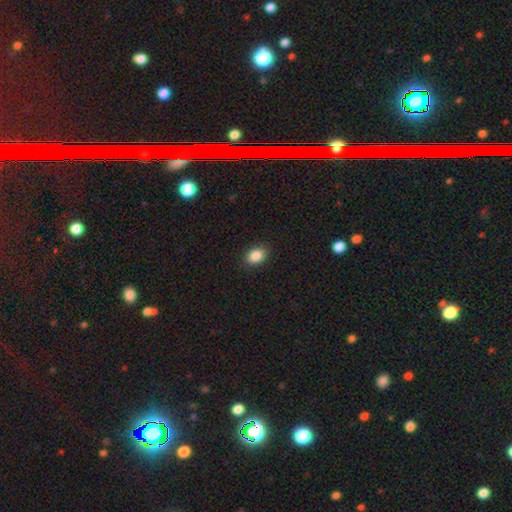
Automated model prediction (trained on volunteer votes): Q: Smooth or featured?
A: smooth (87%); runner-up: star or artifact (8%)
Q: How rounded?
A: in between (73%); runner-up: round (25%)
Q: Merging?
A: none (88%); runner-up: minor disturbance (8%)